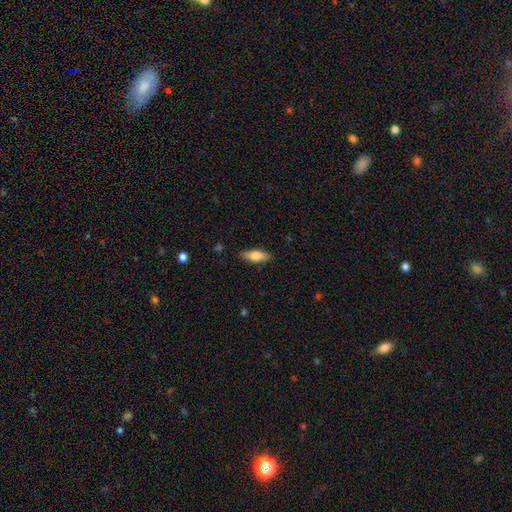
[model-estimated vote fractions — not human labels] This appears to be a smooth galaxy with no disk features (72%) that is in between round and cigar-shaped (59%). Merging: none (86%).